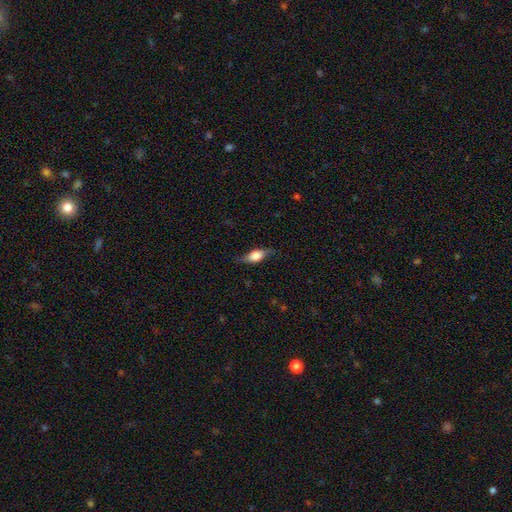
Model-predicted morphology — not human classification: A smooth galaxy with no disk features (54%) that is in between round and cigar-shaped (76%). Merging: none (68%).